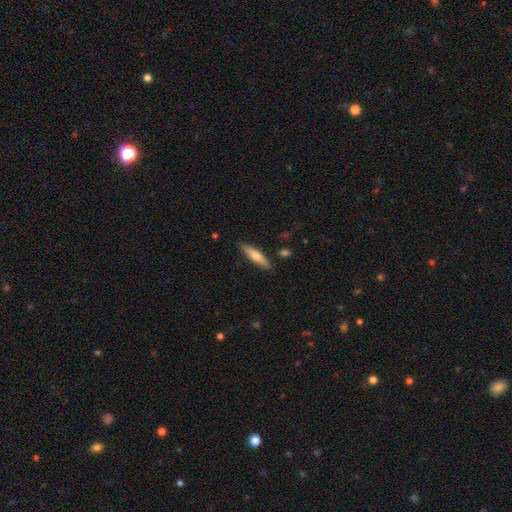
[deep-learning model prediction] This appears to be a smooth galaxy with no disk features (58%) that is cigar-shaped (76%). Merging: none (87%).